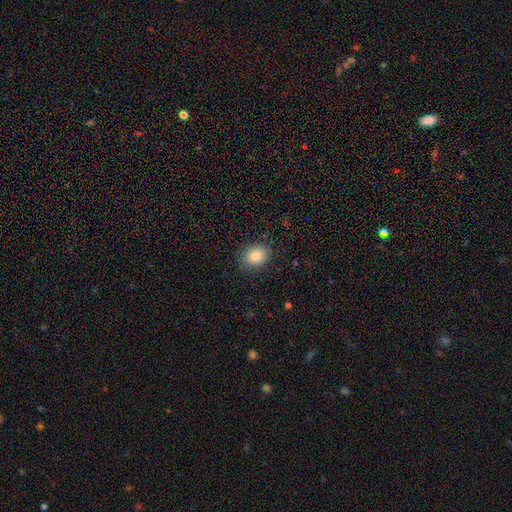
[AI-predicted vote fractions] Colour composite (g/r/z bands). It shows a smooth galaxy with no disk features (83%) that is in between round and cigar-shaped (58%). Merging: none (85%).